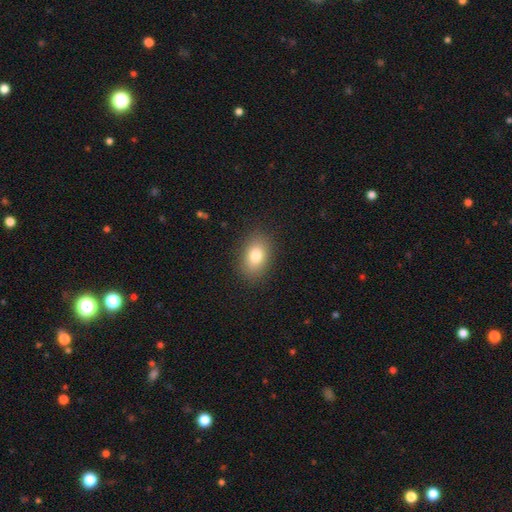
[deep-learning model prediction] The model was most divided on "how rounded": in between: 83%, round: 16%, cigar-shaped: 2%. More confident: merging — none (87%); smooth or featured — smooth (81%).